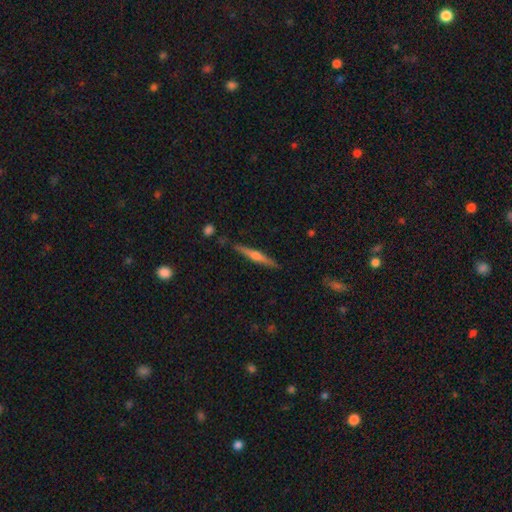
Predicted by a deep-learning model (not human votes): Smooth or featured? featured or disk (69%)
Edge-on disk? yes (98%)
Edge-on bulge? rounded (89%)
Merging? none (88%)